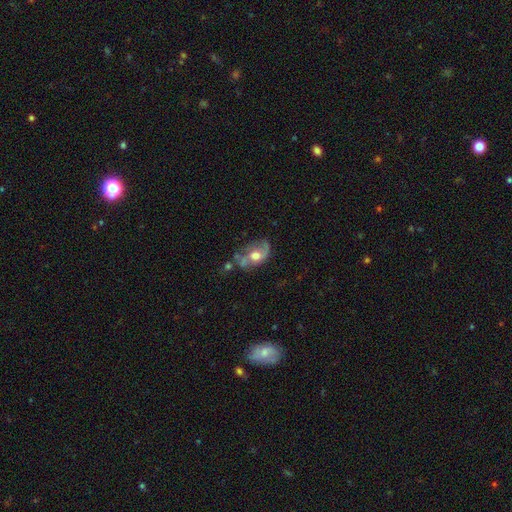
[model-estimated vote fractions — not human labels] This is likely a featured or disk galaxy (64%). It is clearly not viewed edge-on (95%). Bar: likely no (70%). Spiral arm pattern: likely yes (77%). Central bulge: likely moderate (65%). Merging: marginally none (41%).